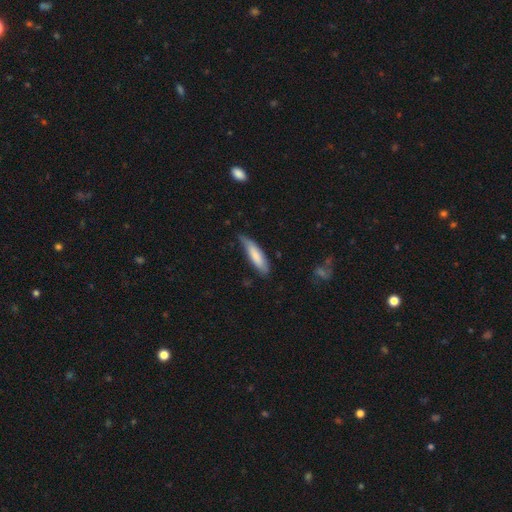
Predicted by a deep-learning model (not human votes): smooth-or-featured: smooth: 78% | featured or disk: 16% | star or artifact: 5%
  how-rounded: cigar-shaped: 65% | in between: 34% | round: 1%
  merging: none: 53% | minor disturbance: 38% | major disturbance: 7% | merger: 2%